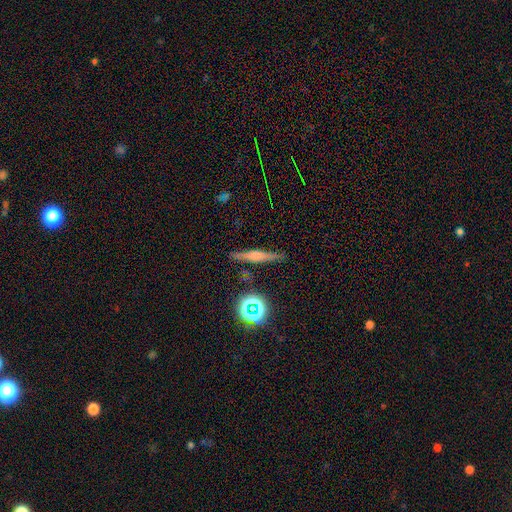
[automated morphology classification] This appears to be a featured or disk galaxy (59%) viewed edge-on (96%) with a rounded central bulge (73%). Merging: none (89%).